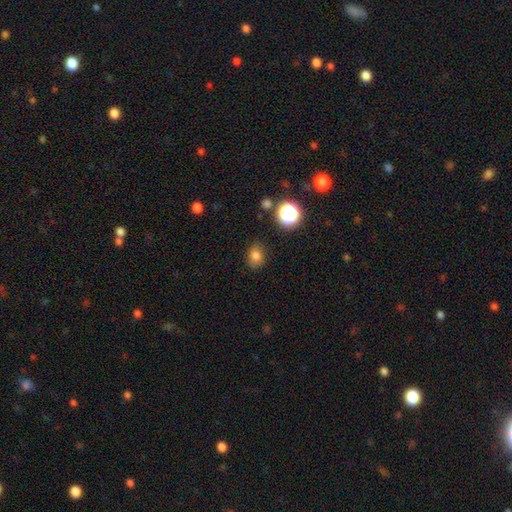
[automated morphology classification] Smooth or featured?
  - smooth: 78% *
  - star or artifact: 15%
  - featured or disk: 8%
How rounded?
  - in between: 53% *
  - round: 46%
  - cigar-shaped: 1%
Merging?
  - none: 83% *
  - minor disturbance: 12%
  - major disturbance: 3%
  - merger: 2%